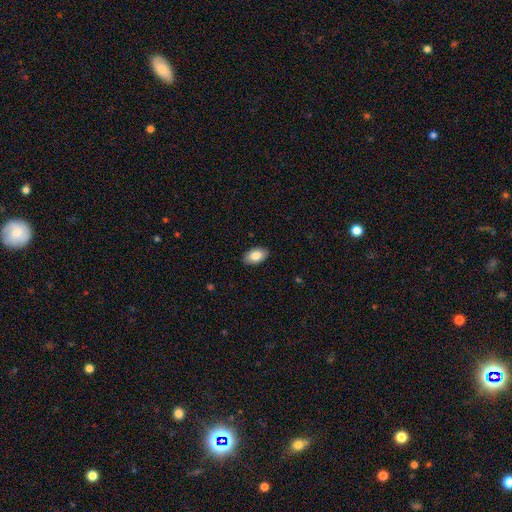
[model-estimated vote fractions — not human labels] This appears to be a smooth galaxy with no disk features (84%) that is in between round and cigar-shaped (93%). Merging: none (89%).